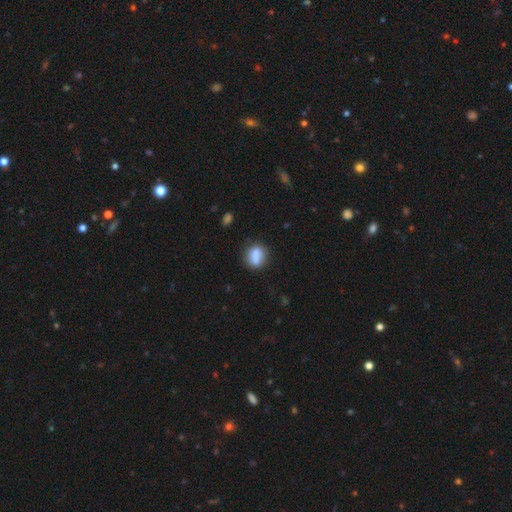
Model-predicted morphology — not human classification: smooth 77%, featured or disk 15%, star or artifact 8%. Down the decision tree: how rounded — round (49%); merging — none (64%).